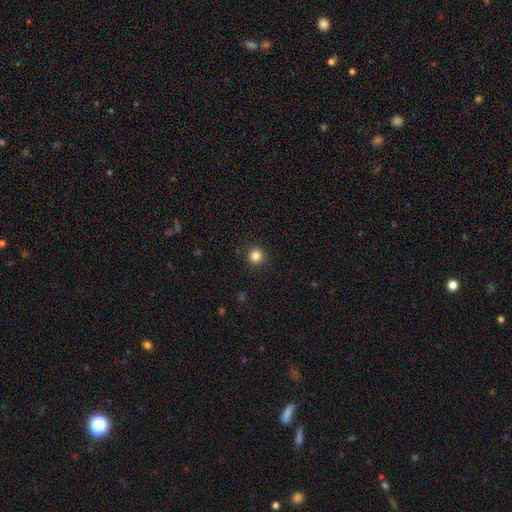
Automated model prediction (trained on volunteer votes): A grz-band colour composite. It shows a smooth galaxy with no disk features (85%) that is round (94%). Merging: none (91%).